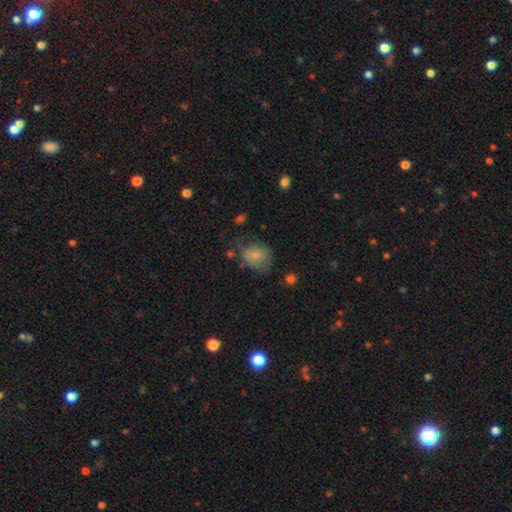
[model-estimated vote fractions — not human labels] Smooth or featured? Predicted: smooth (p=0.76). How rounded? Predicted: round (p=0.51). Merging? Predicted: none (p=0.46).